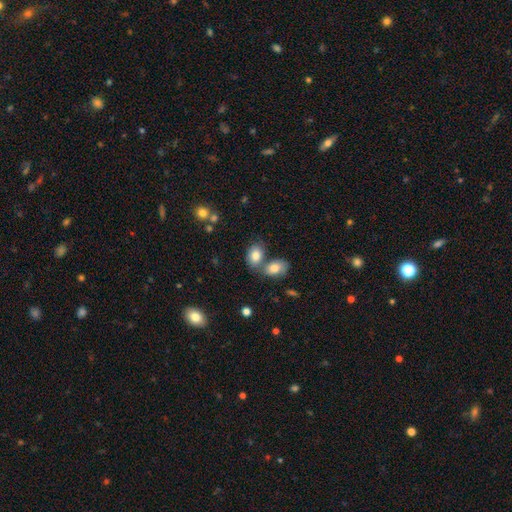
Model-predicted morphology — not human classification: smooth 81%, featured or disk 11%, star or artifact 8%. Down the decision tree: how rounded — in between (81%); merging — merger (43%, tied with none).